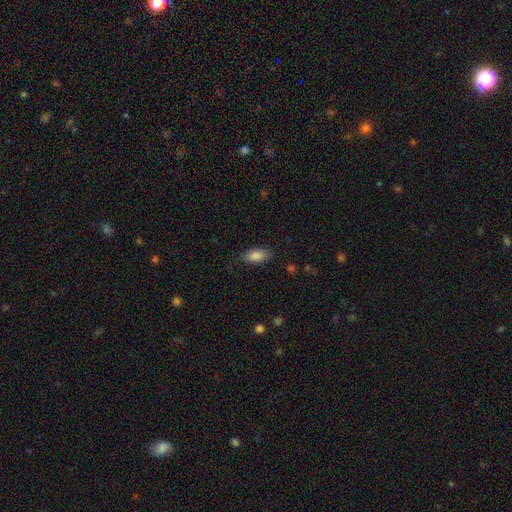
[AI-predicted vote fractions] Q: Smooth or featured?
A: smooth (87%); runner-up: star or artifact (7%)
Q: How rounded?
A: in between (89%); runner-up: cigar-shaped (8%)
Q: Merging?
A: none (80%); runner-up: minor disturbance (15%)